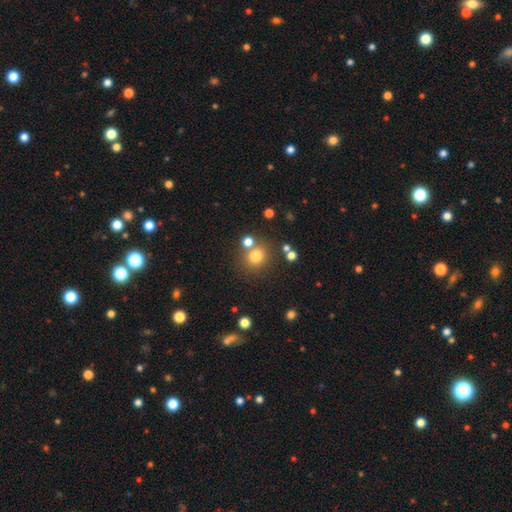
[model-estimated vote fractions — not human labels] Smooth or featured: smooth — 76% (star or artifact — 16%)
How rounded: round — 89% (in between — 10%)
Merging: none — 73% (merger — 15%)